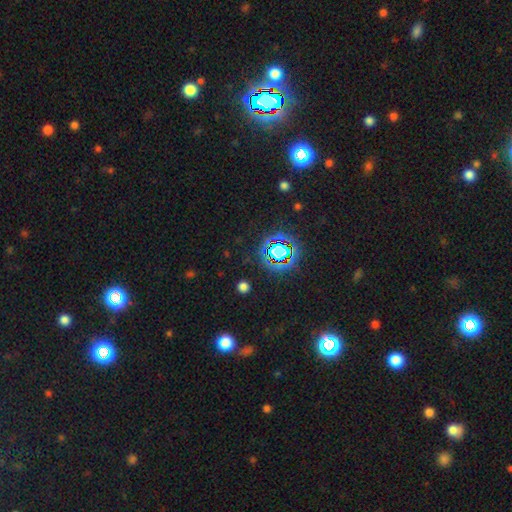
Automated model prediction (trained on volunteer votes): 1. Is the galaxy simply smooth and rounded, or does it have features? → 78% star or artifact, 14% smooth, 8% featured or disk.